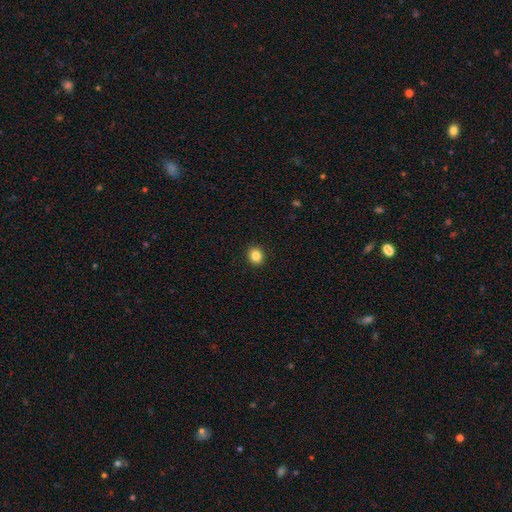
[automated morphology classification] A smooth galaxy with no disk features (85%) that is round (78%). Merging: none (92%).